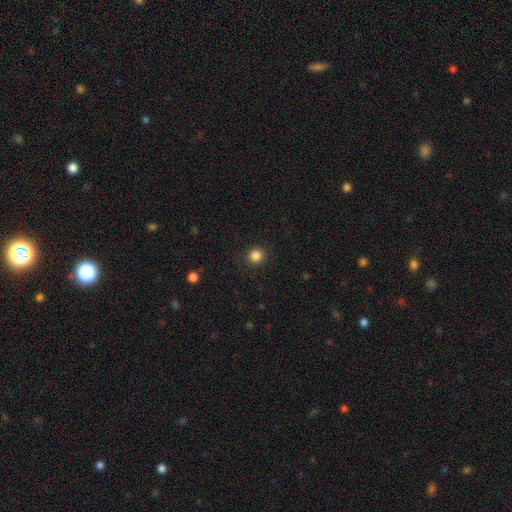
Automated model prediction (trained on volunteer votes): Smooth or featured?
  - smooth: 85% *
  - star or artifact: 11%
  - featured or disk: 4%
How rounded?
  - round: 91% *
  - in between: 8%
  - cigar-shaped: 1%
Merging?
  - none: 89% *
  - minor disturbance: 7%
  - major disturbance: 3%
  - merger: 1%